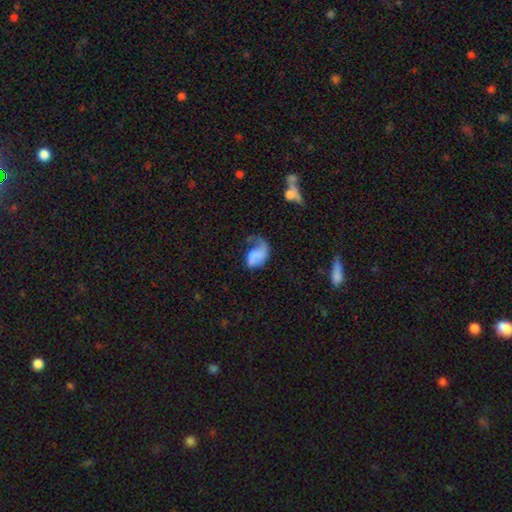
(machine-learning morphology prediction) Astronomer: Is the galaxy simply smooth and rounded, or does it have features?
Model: smooth — 55% (runner-up: featured or disk, 36%).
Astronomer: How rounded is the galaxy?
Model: in between — 84%.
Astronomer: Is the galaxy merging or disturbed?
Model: major disturbance — 54%.